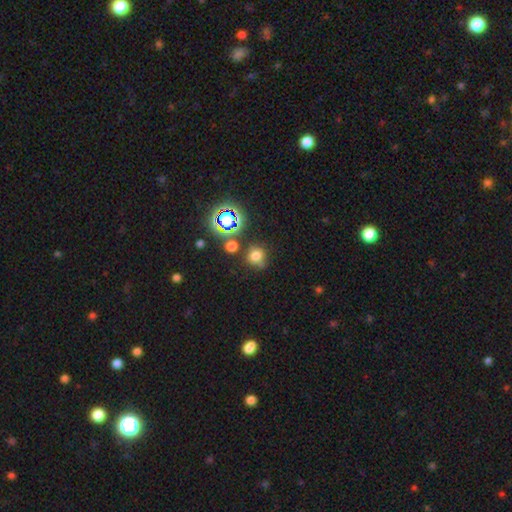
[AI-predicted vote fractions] This appears to be a smooth galaxy with no disk features (69%) that is round (85%). Merging: none (70%).